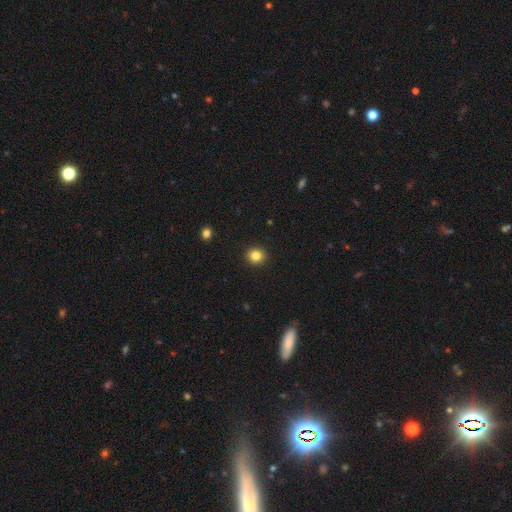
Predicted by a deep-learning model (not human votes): Smooth or featured?
  - smooth: 84% *
  - star or artifact: 11%
  - featured or disk: 5%
How rounded?
  - round: 86% *
  - in between: 13%
  - cigar-shaped: 1%
Merging?
  - none: 93% *
  - minor disturbance: 5%
  - major disturbance: 2%
  - merger: 1%